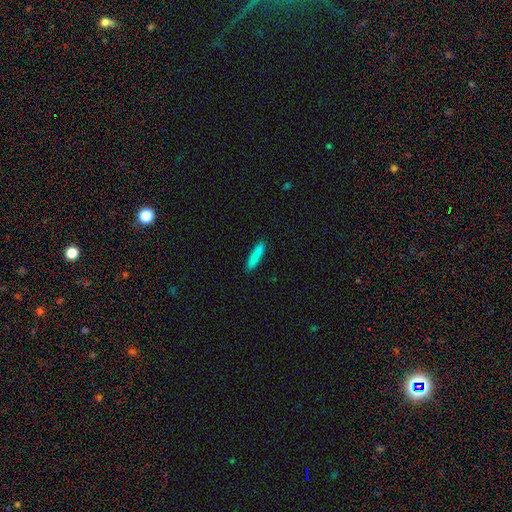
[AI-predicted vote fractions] Overall: smooth (87%). How rounded: cigar-shaped (83%). Merging: none (89%).